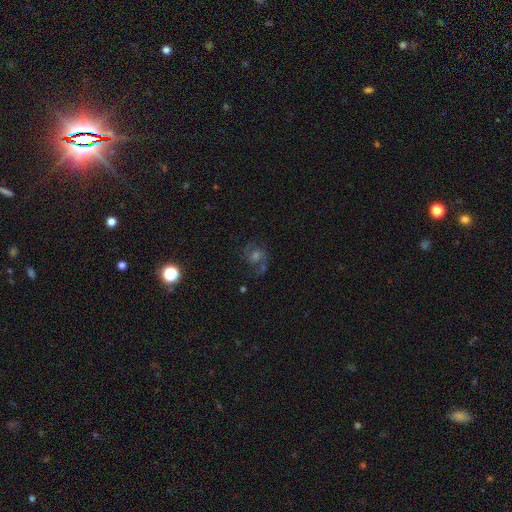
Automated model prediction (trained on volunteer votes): Smooth or featured: featured or disk — 62% (star or artifact — 21%)
Edge-on disk: no — 98% (yes — 2%)
Bar: no — 54% (weak — 39%)
Spiral arms: yes — 91% (no — 9%)
Spiral winding: medium — 54% (loose — 25%)
Spiral arm count: 2 — 80% (can't tell — 8%)
Bulge size: moderate — 48% (small — 32%)
Merging: none — 66% (minor disturbance — 14%)